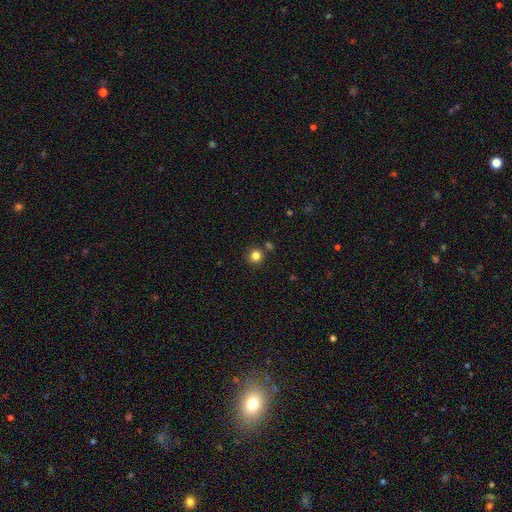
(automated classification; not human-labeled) This appears to be a smooth galaxy with no disk features (83%) that is round (94%). Merging: none (85%).